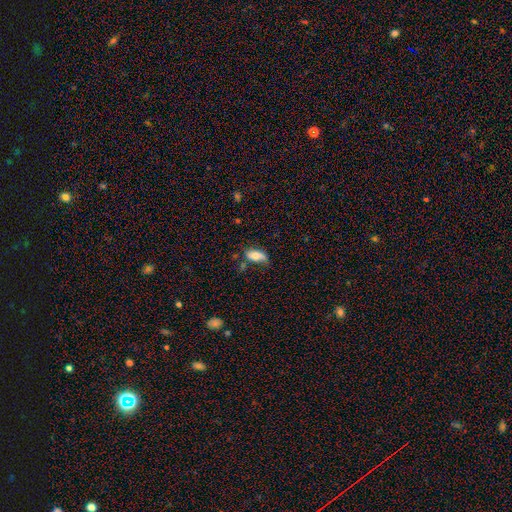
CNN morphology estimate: A smooth galaxy with no disk features (73%) that is in between round and cigar-shaped (88%). Merging: none (52%).